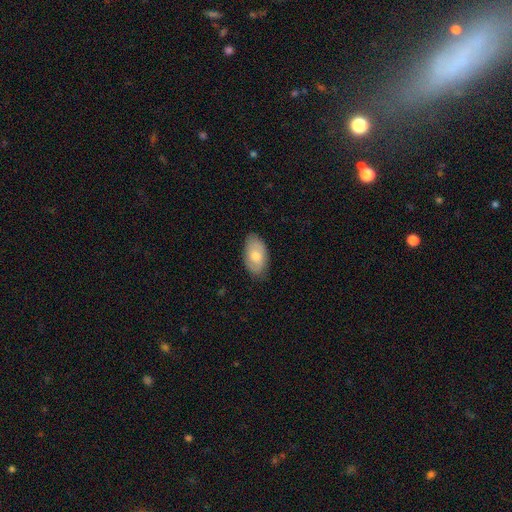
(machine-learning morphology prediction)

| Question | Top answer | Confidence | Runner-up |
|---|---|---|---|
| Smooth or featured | smooth | 63% | featured or disk (30%) |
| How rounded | in between | 93% | round (5%) |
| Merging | none | 82% | minor disturbance (14%) |